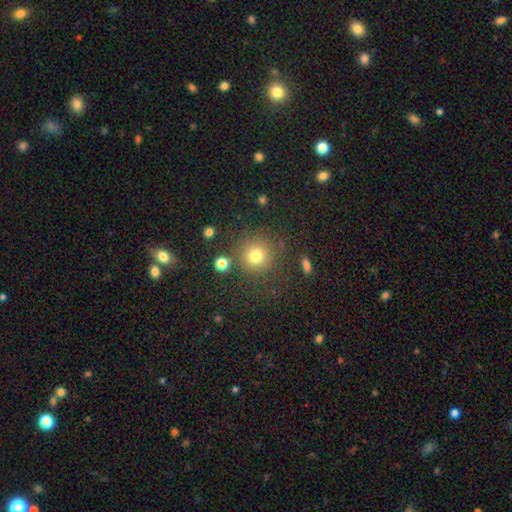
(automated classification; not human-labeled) A smooth galaxy with no disk features (77%) that is round (93%).

Vote fractions:
- Smooth or featured? smooth: 77% / star or artifact: 15% / featured or disk: 8%
- How rounded? round: 93% / in between: 6% / cigar-shaped: 1%
- Merging? none: 82% / minor disturbance: 9% / merger: 5% / major disturbance: 4%